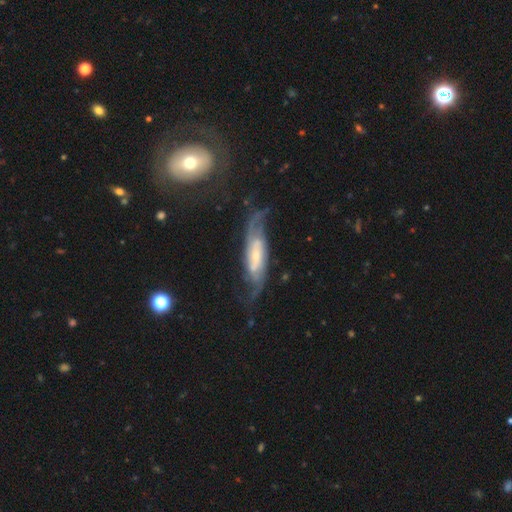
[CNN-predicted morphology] Q: Smooth or featured?
A: featured or disk (82%); runner-up: smooth (12%)
Q: Edge-on disk?
A: no (84%); runner-up: yes (16%)
Q: Bar?
A: weak (39%); runner-up: no (37%)
Q: Spiral arms?
A: yes (94%); runner-up: no (6%)
Q: Spiral winding?
A: medium (42%); runner-up: loose (34%)
Q: Spiral arm count?
A: 2 (70%); runner-up: can't tell (15%)
Q: Bulge size?
A: small (59%); runner-up: moderate (29%)
Q: Merging?
A: none (61%); runner-up: minor disturbance (20%)